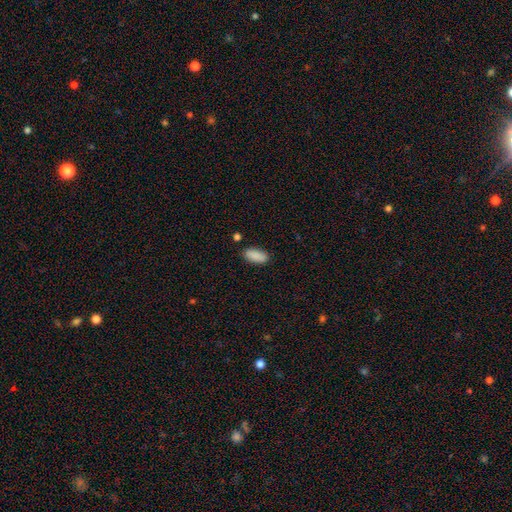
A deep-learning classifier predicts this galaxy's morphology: smooth 90%, star or artifact 7%, featured or disk 4%. Down the decision tree: how rounded — in between (89%); merging — none (85%).